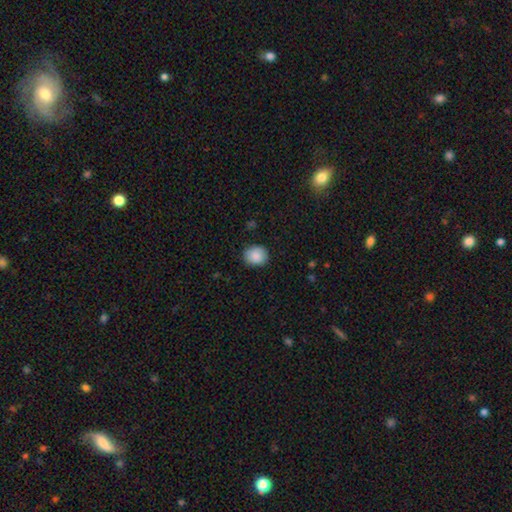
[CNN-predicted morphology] A smooth galaxy with no disk features (88%) that is round (73%).

Vote fractions:
- Smooth or featured? smooth: 88% / star or artifact: 7% / featured or disk: 4%
- How rounded? round: 73% / in between: 26% / cigar-shaped: 1%
- Merging? none: 85% / minor disturbance: 11% / major disturbance: 2% / merger: 1%